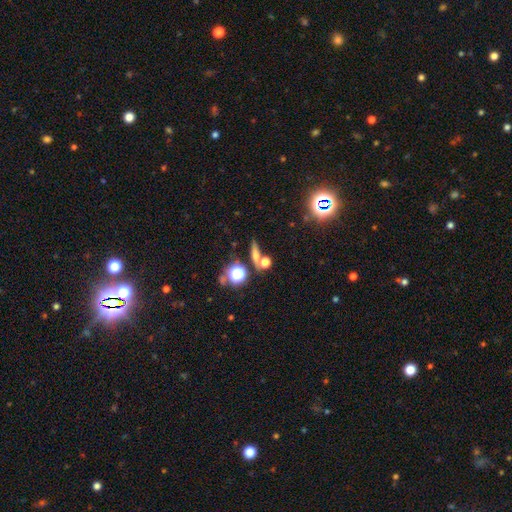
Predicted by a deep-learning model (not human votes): Smooth or featured?
  - smooth: 52% *
  - star or artifact: 27%
  - featured or disk: 21%
How rounded?
  - cigar-shaped: 41% *
  - round: 30%
  - in between: 29%
Merging?
  - none: 66% *
  - merger: 18%
  - minor disturbance: 11%
  - major disturbance: 6%